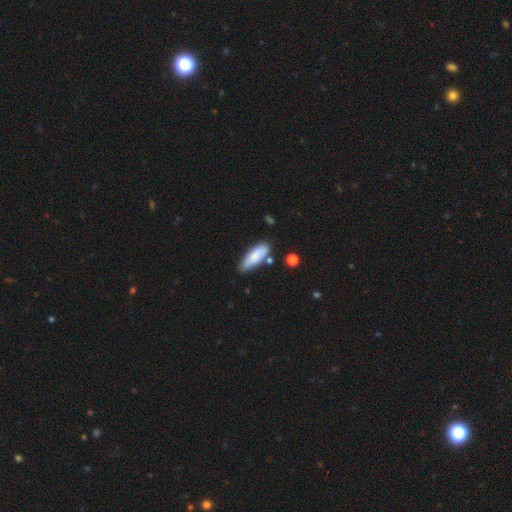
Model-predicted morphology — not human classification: The model was most divided on "how rounded": in between: 57%, cigar-shaped: 41%, round: 2%. More confident: smooth or featured — smooth (78%); merging — none (65%).